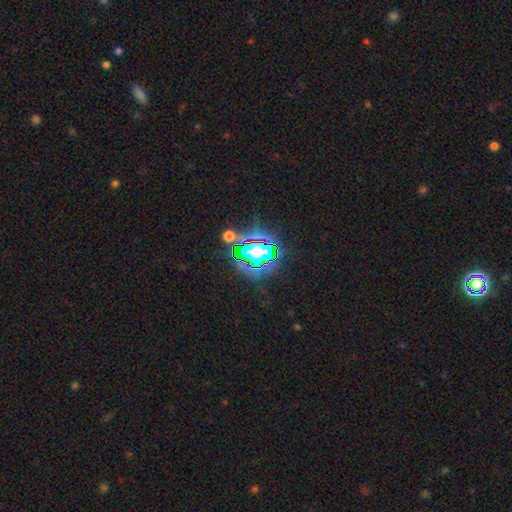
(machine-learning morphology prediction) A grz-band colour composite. It shows a star or artifact, not a galaxy (79%).